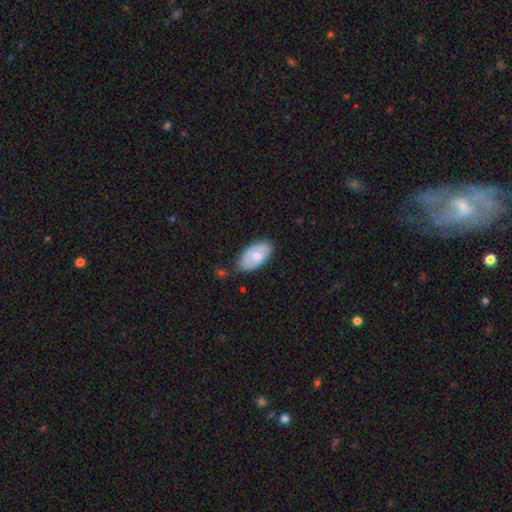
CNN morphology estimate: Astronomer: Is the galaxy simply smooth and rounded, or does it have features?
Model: smooth — 67%.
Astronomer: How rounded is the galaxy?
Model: in between — 95%.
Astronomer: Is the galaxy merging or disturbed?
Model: none — 64%.